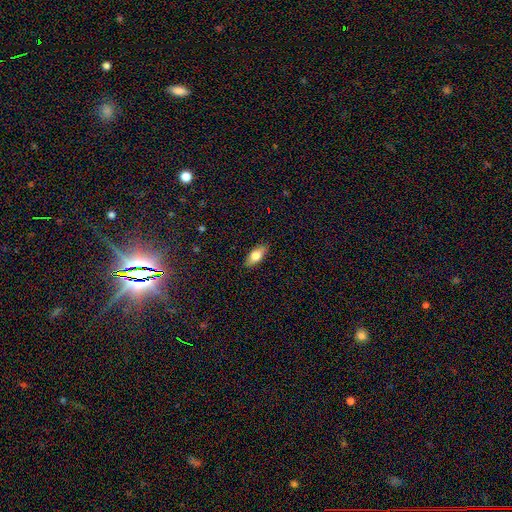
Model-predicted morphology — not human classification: This is likely a smooth galaxy (74%). How rounded: clearly in between (81%). Merging: clearly none (88%).